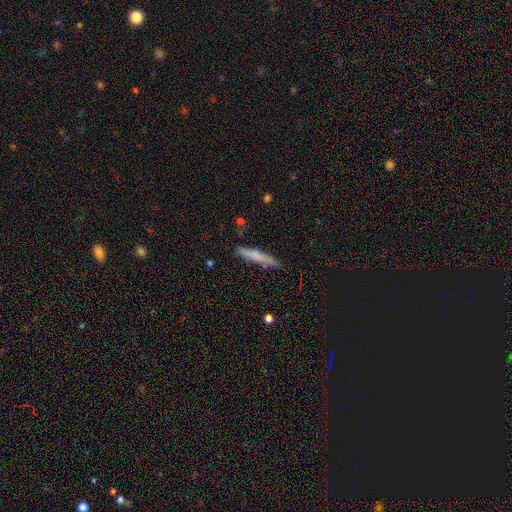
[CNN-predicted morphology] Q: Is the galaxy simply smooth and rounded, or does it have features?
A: smooth — 62%.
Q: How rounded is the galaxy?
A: cigar-shaped — 93%.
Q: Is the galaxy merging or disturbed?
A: none — 78%.